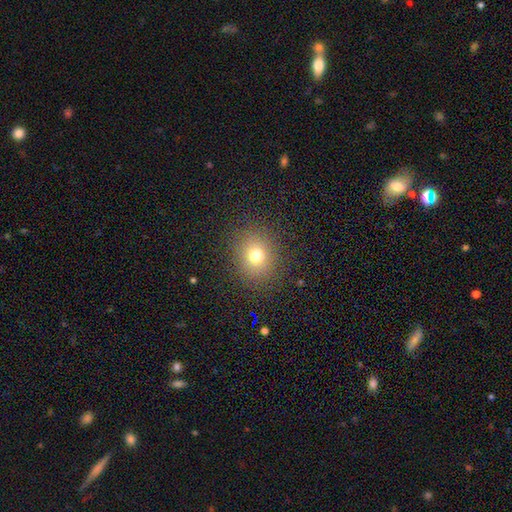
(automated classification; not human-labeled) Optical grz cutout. It shows a smooth galaxy with no disk features (74%) that is round (74%). Merging: none (87%).